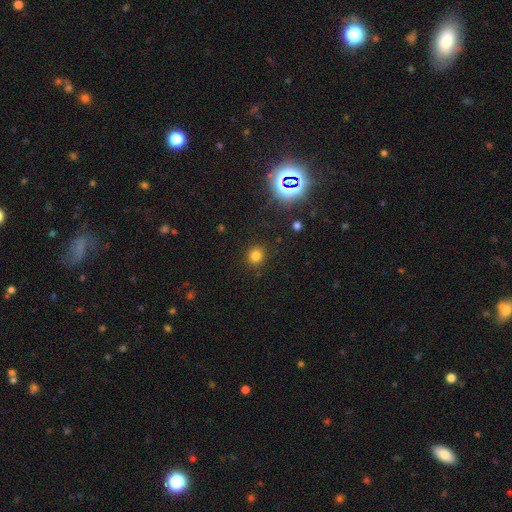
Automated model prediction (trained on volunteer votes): Q: Smooth or featured?
A: smooth (77%); runner-up: star or artifact (18%)
Q: How rounded?
A: round (86%); runner-up: in between (13%)
Q: Merging?
A: none (88%); runner-up: minor disturbance (8%)